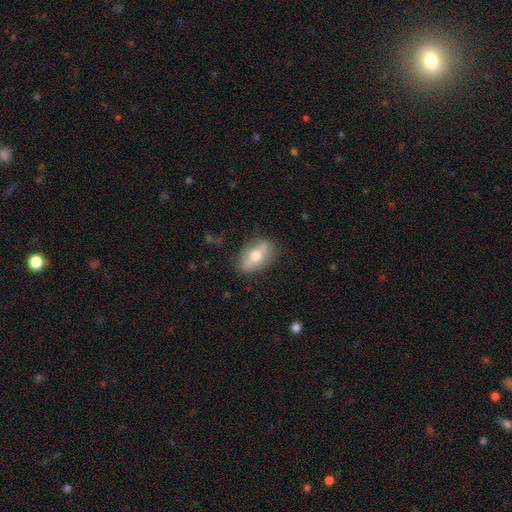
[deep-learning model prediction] smooth-or-featured: smooth: 56% | featured or disk: 37% | star or artifact: 7%
  how-rounded: in between: 84% | round: 9% | cigar-shaped: 7%
  merging: none: 81% | minor disturbance: 14% | major disturbance: 4% | merger: 1%